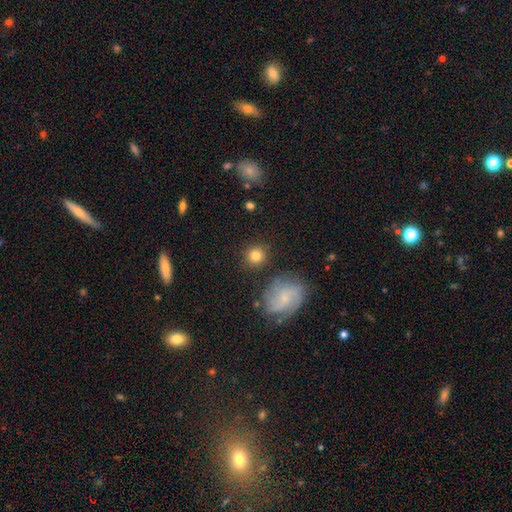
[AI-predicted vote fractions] A smooth galaxy with no disk features (79%) that is round (90%). Merging: none (84%).